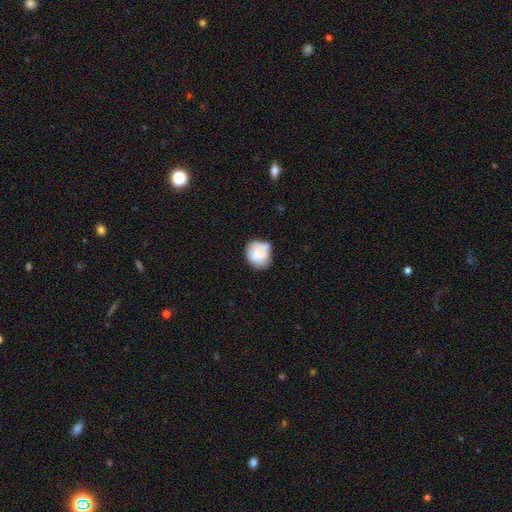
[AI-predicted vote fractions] Smooth or featured?
  - smooth: 69% *
  - featured or disk: 23%
  - star or artifact: 8%
How rounded?
  - round: 71% *
  - in between: 28%
  - cigar-shaped: 1%
Merging?
  - none: 51% *
  - minor disturbance: 32%
  - major disturbance: 11%
  - merger: 7%